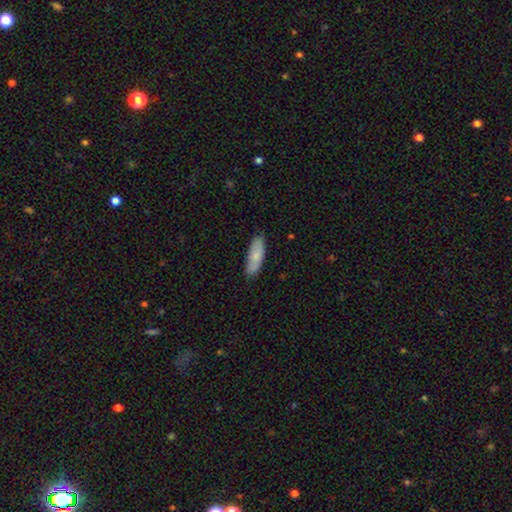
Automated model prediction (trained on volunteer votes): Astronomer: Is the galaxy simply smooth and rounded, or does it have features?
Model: smooth — 80%.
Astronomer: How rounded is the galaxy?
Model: in between — 59% (runner-up: cigar-shaped, 39%).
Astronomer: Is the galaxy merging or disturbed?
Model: none — 78%.